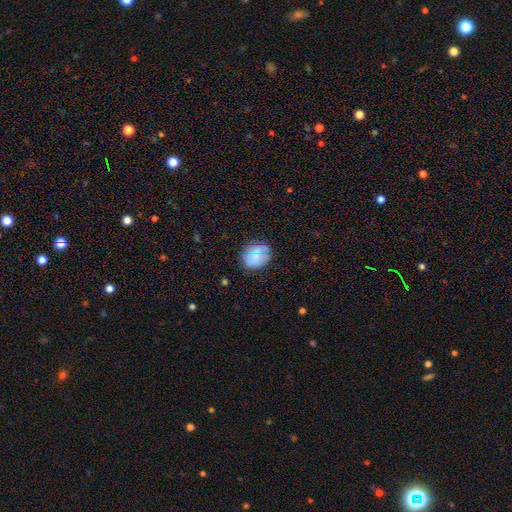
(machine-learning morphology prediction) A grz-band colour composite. It shows a smooth galaxy with no disk features (75%) that is round (63%). Merging: none (84%).